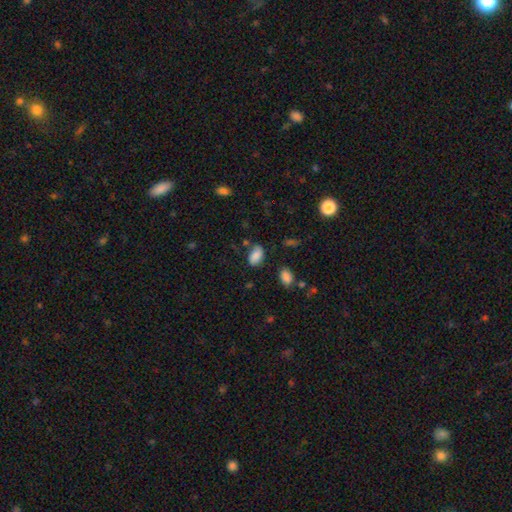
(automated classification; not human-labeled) Q: Smooth or featured?
A: smooth (84%); runner-up: star or artifact (9%)
Q: How rounded?
A: in between (91%); runner-up: round (8%)
Q: Merging?
A: none (69%); runner-up: minor disturbance (20%)